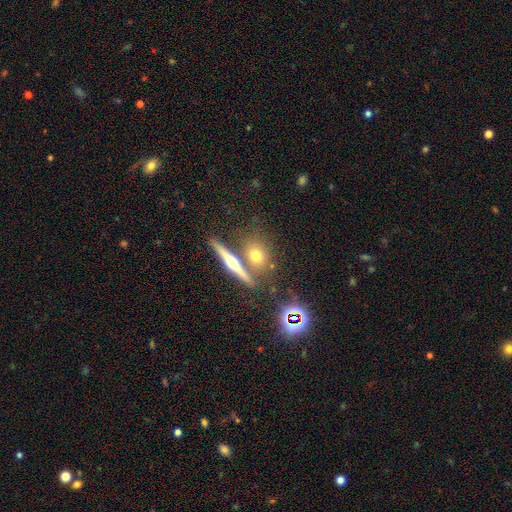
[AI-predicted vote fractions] Smooth or featured: smooth — 51% (featured or disk — 35%)
How rounded: round — 56% (in between — 28%)
Merging: none — 68% (merger — 20%)